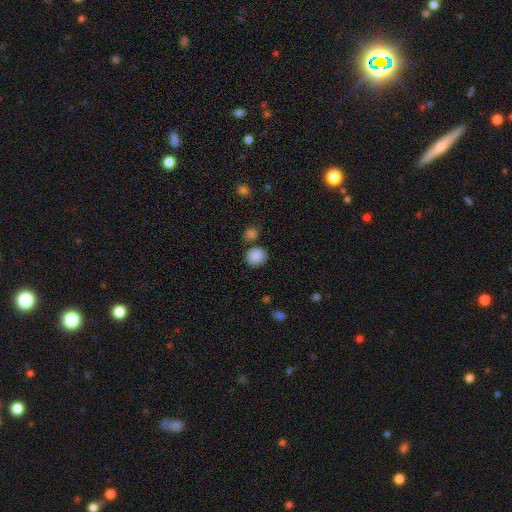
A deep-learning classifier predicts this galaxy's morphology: A smooth galaxy with no disk features (87%) that is round (82%).

Vote fractions:
- Smooth or featured? smooth: 87% / star or artifact: 9% / featured or disk: 4%
- How rounded? round: 82% / in between: 17% / cigar-shaped: 1%
- Merging? none: 75% / minor disturbance: 11% / merger: 10% / major disturbance: 3%